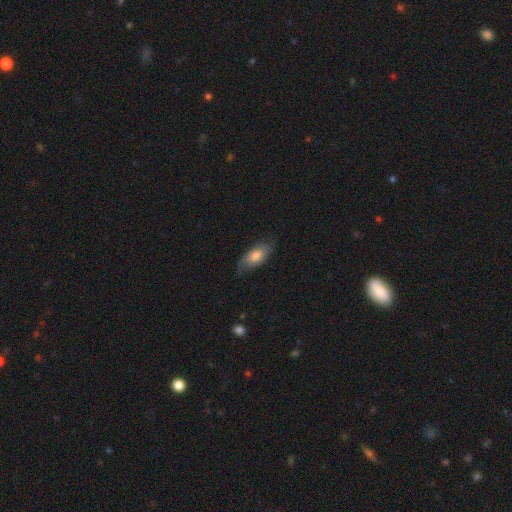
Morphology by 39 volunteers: A smooth galaxy with no disk features (74%) that is in between round and cigar-shaped (86%).

Vote fractions:
- Smooth or featured? smooth: 74% / featured or disk: 21% / star or artifact: 5%
- How rounded? in between: 86% / cigar-shaped: 14% / round: 0%
- Merging? minor disturbance: 51% / none: 46% / major disturbance: 3% / merger: 0%